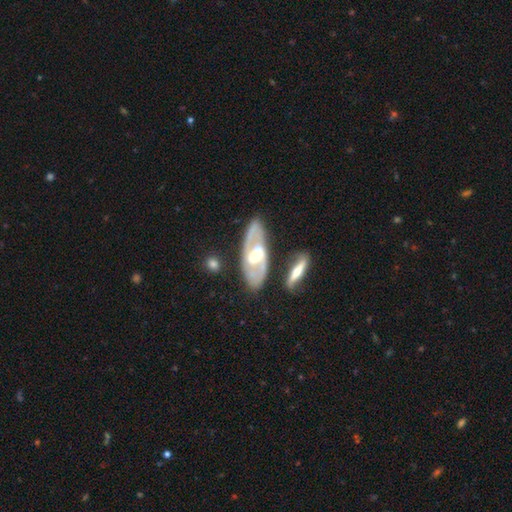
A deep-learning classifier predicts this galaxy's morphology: This appears to be a featured or disk galaxy (79%) with a weak bar (40%), 2 (83%) medium (48%) spiral arms (78%) and a moderate central bulge (70%). Merging: none (77%).